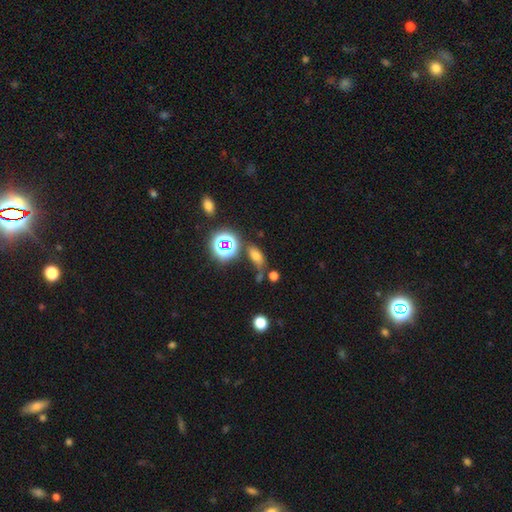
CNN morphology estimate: Smooth or featured? smooth (64%)
How rounded? in between (78%)
Merging? none (55%)